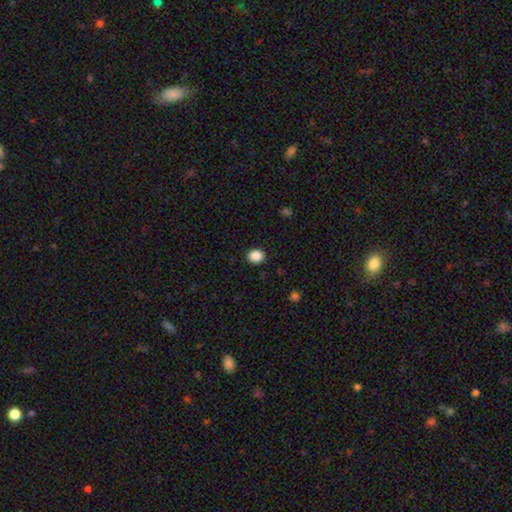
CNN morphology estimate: Overall: smooth (88%). How rounded: round (70%). Merging: none (91%).